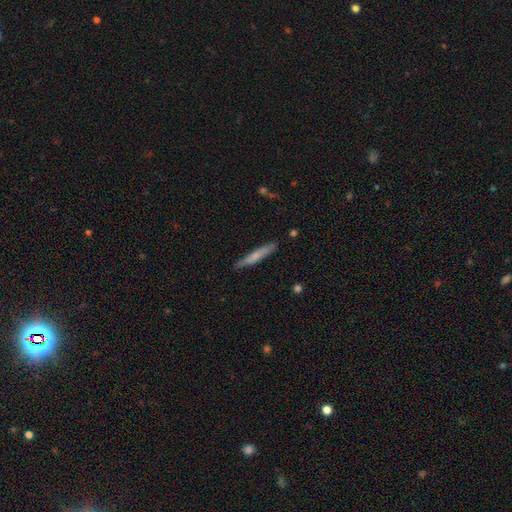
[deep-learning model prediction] Smooth or featured: smooth — 55% (featured or disk — 40%)
How rounded: cigar-shaped — 94% (in between — 4%)
Merging: none — 86% (minor disturbance — 11%)